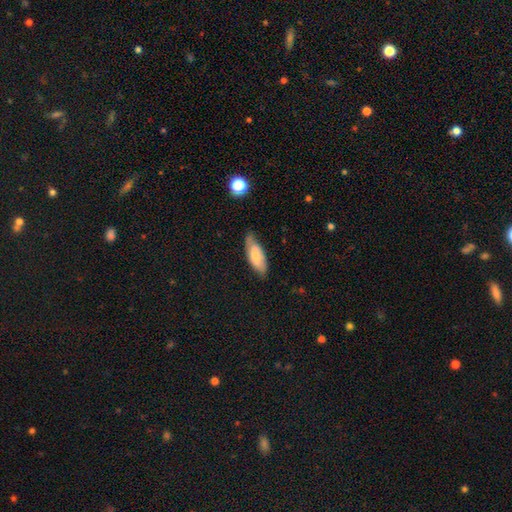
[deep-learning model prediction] Q: Smooth or featured?
A: smooth (71%); runner-up: featured or disk (23%)
Q: How rounded?
A: in between (73%); runner-up: cigar-shaped (25%)
Q: Merging?
A: none (63%); runner-up: minor disturbance (30%)